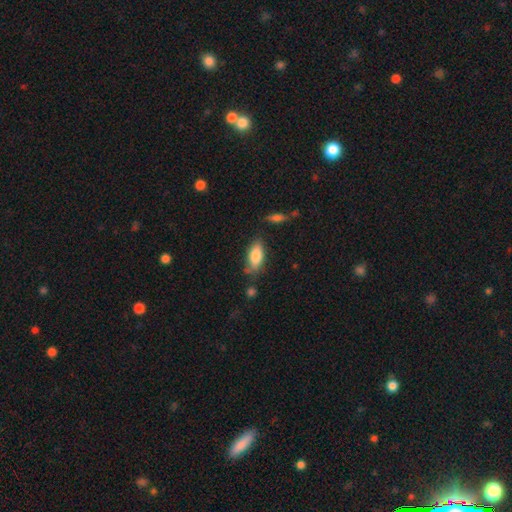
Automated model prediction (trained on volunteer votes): Q: Smooth or featured?
A: smooth (80%); runner-up: featured or disk (13%)
Q: How rounded?
A: in between (84%); runner-up: cigar-shaped (14%)
Q: Merging?
A: none (68%); runner-up: minor disturbance (22%)